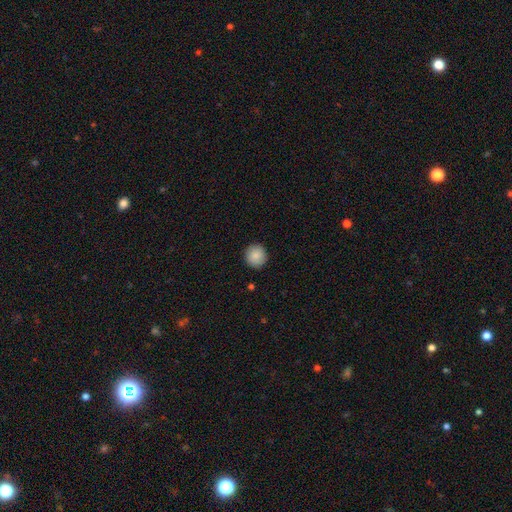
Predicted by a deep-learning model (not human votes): Q: Smooth or featured?
A: smooth (88%); runner-up: star or artifact (7%)
Q: How rounded?
A: round (94%); runner-up: in between (5%)
Q: Merging?
A: none (91%); runner-up: minor disturbance (6%)